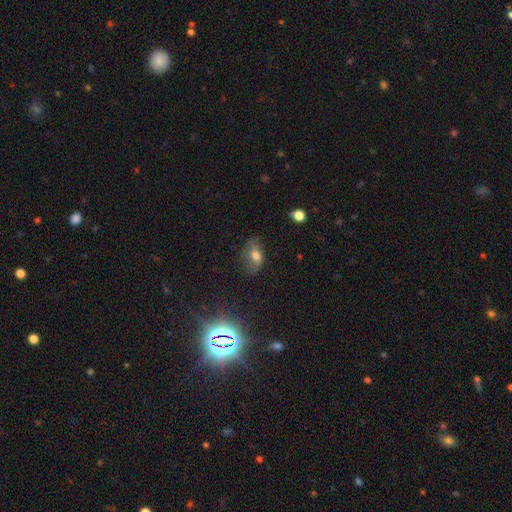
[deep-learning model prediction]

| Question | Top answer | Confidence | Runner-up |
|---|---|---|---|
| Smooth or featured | smooth | 60% | featured or disk (26%) |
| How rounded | in between | 83% | round (13%) |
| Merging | none | 52% | minor disturbance (28%) |